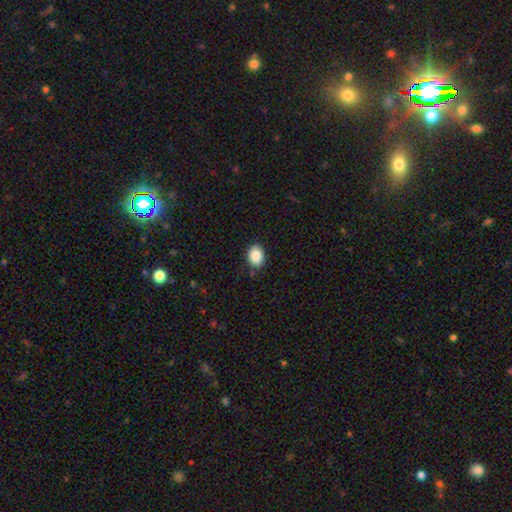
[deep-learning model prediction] Smooth or featured?
  - smooth: 88% *
  - star or artifact: 8%
  - featured or disk: 4%
How rounded?
  - in between: 64% *
  - round: 35%
  - cigar-shaped: 1%
Merging?
  - none: 85% *
  - minor disturbance: 11%
  - major disturbance: 2%
  - merger: 1%